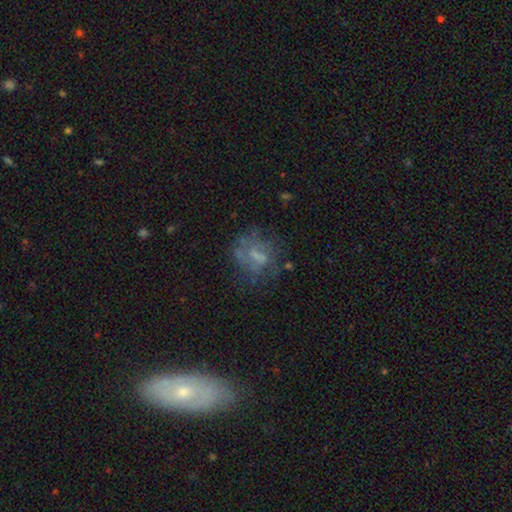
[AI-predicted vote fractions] The model was most divided on "smooth or featured": featured or disk: 51%, smooth: 33%, star or artifact: 17%. More confident: edge-on disk — no (97%); merging — none (52%).